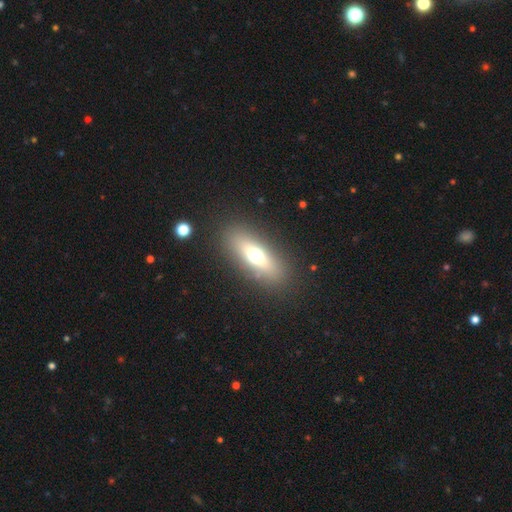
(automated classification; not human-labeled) A smooth galaxy with no disk features (58%) that is in between round and cigar-shaped (61%).

Vote fractions:
- Smooth or featured? smooth: 58% / featured or disk: 31% / star or artifact: 11%
- How rounded? in between: 61% / cigar-shaped: 33% / round: 6%
- Merging? none: 86% / minor disturbance: 8% / major disturbance: 4% / merger: 2%